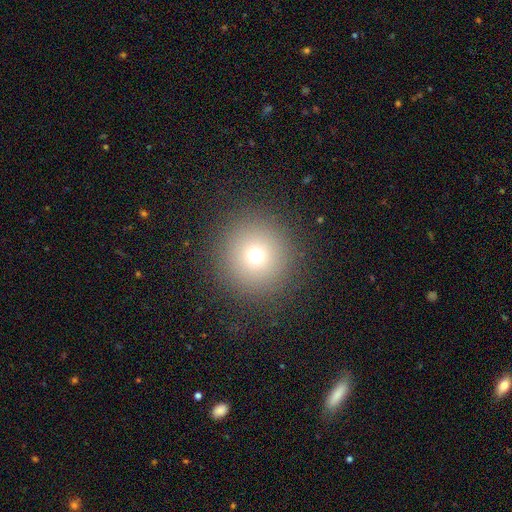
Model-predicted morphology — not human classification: Overall: smooth (70%). How rounded: round (95%). Merging: none (91%).